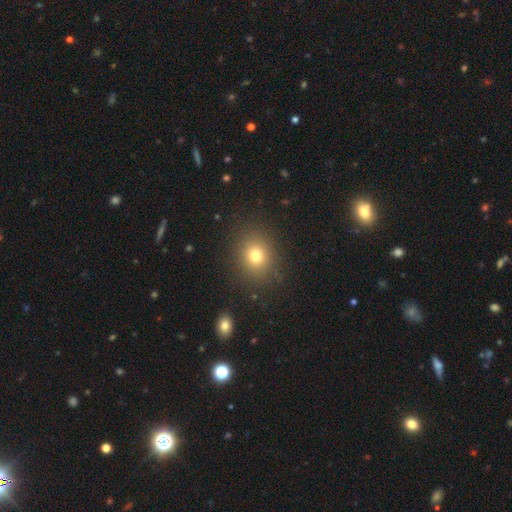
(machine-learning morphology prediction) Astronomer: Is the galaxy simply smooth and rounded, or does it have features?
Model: smooth — 75%.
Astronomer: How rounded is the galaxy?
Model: round — 69%.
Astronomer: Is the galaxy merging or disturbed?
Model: none — 86%.